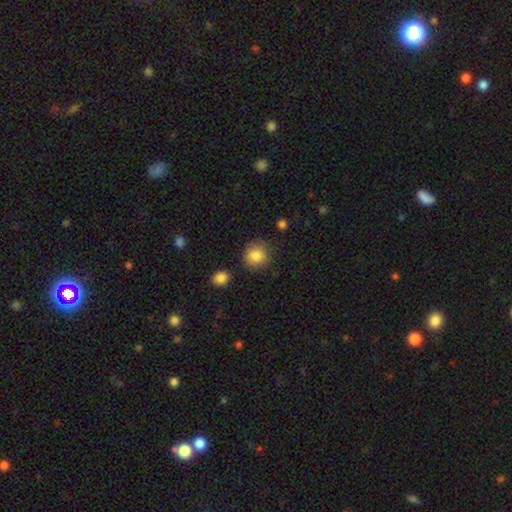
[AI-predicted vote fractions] Morphology: type=smooth (85%); roundness=round (88%); merging=none (82%).